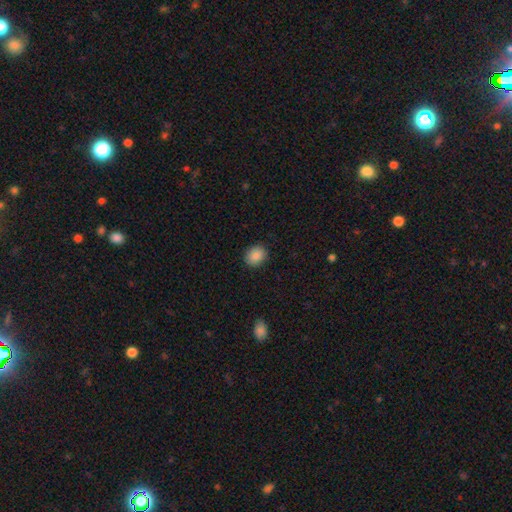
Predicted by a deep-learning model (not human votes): Smooth or featured? smooth (88%)
How rounded? round (60%)
Merging? none (89%)